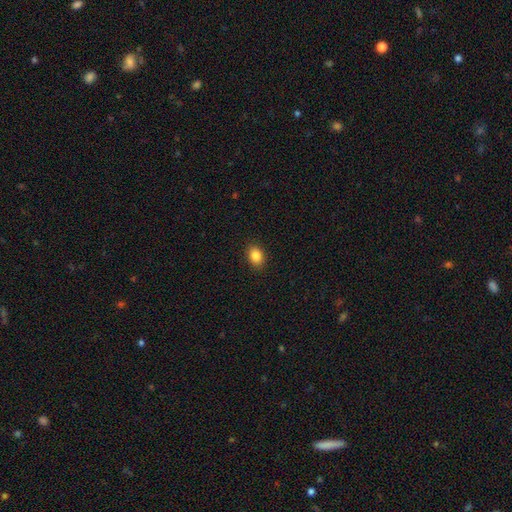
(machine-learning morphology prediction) A smooth galaxy with no disk features (86%) that is in between round and cigar-shaped (65%). Merging: none (90%).